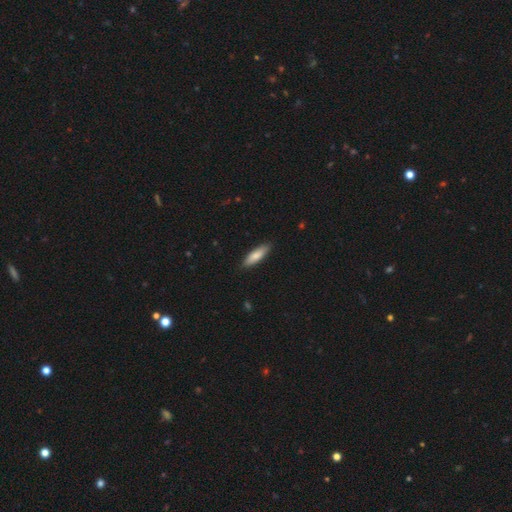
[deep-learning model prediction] Q: Smooth or featured?
A: smooth (81%); runner-up: featured or disk (14%)
Q: How rounded?
A: cigar-shaped (56%); runner-up: in between (43%)
Q: Merging?
A: none (87%); runner-up: minor disturbance (11%)